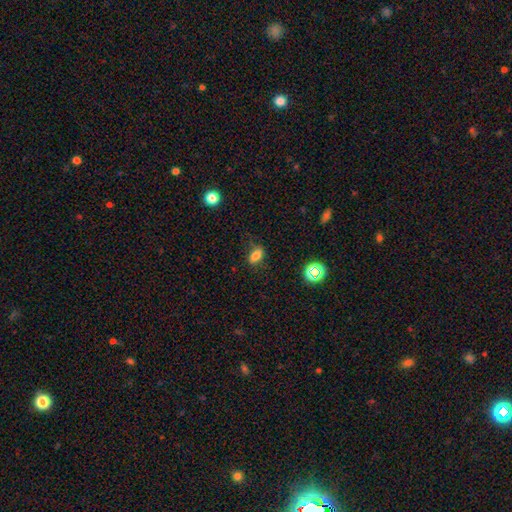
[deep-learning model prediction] smooth-or-featured: smooth: 76% | star or artifact: 14% | featured or disk: 10%
  how-rounded: in between: 80% | round: 11% | cigar-shaped: 10%
  merging: none: 76% | minor disturbance: 17% | major disturbance: 5% | merger: 2%